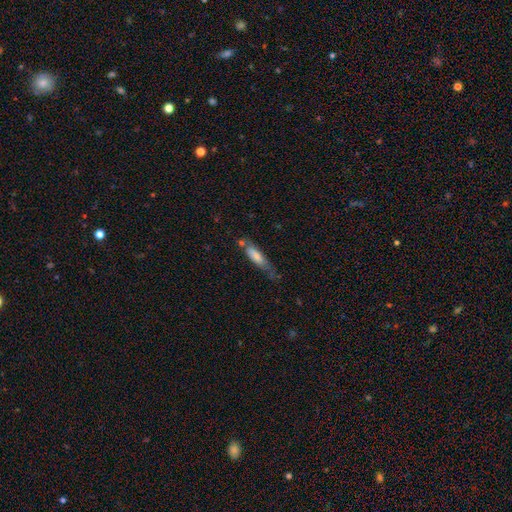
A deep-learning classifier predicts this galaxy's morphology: Smooth or featured? Predicted: smooth (p=0.70). How rounded? Predicted: cigar-shaped (p=0.61). Merging? Predicted: none (p=0.41).